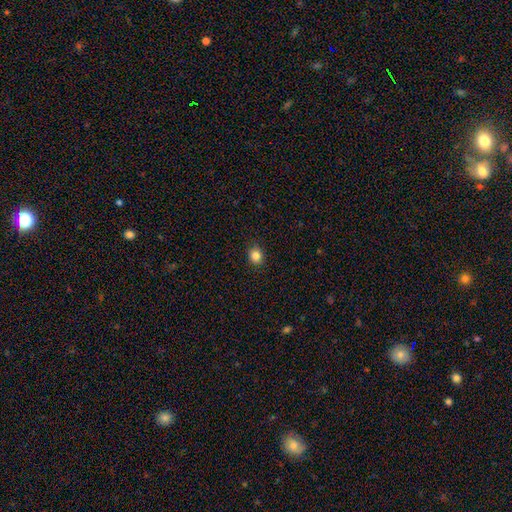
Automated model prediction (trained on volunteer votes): Smooth or featured?
  - smooth: 85% *
  - star or artifact: 11%
  - featured or disk: 4%
How rounded?
  - round: 72% *
  - in between: 27%
  - cigar-shaped: 1%
Merging?
  - none: 89% *
  - minor disturbance: 8%
  - major disturbance: 2%
  - merger: 1%